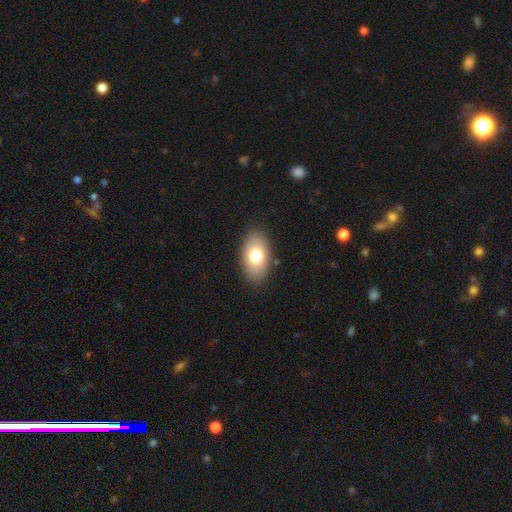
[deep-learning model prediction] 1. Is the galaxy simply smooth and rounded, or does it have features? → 76% smooth, 16% featured or disk, 8% star or artifact.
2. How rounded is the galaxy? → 93% in between, 5% round, 2% cigar-shaped.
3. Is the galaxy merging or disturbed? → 87% none, 10% minor disturbance, 3% major disturbance, 1% merger.